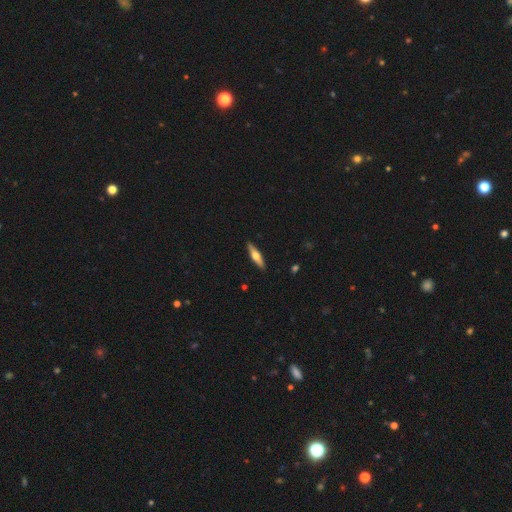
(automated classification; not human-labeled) Smooth or featured? featured or disk (54%)
Edge-on disk? yes (94%)
Edge-on bulge? rounded (93%)
Merging? none (91%)